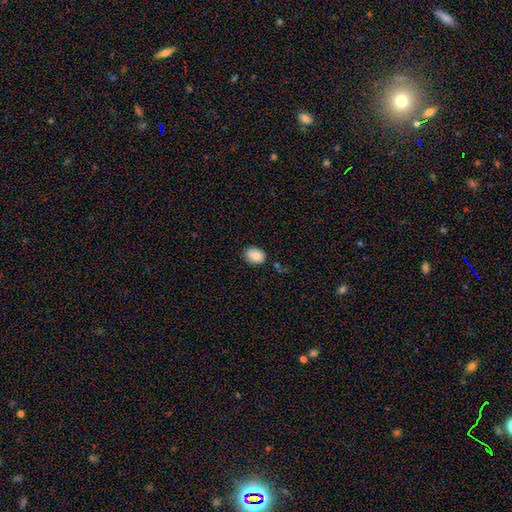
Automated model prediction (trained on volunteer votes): A smooth galaxy with no disk features (86%) that is in between round and cigar-shaped (76%).

Vote fractions:
- Smooth or featured? smooth: 86% / star or artifact: 8% / featured or disk: 6%
- How rounded? in between: 76% / round: 23% / cigar-shaped: 1%
- Merging? none: 79% / minor disturbance: 15% / major disturbance: 3% / merger: 3%